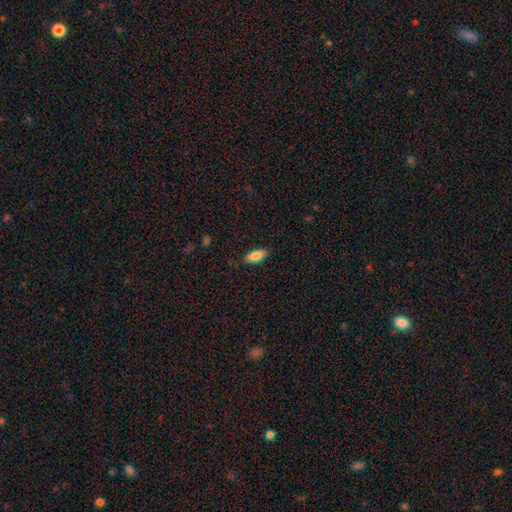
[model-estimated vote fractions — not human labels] smooth_or_featured: smooth (p=0.85) [alt: featured or disk p=0.09]
how_rounded: in between (p=0.81) [alt: cigar-shaped p=0.17]
merging: none (p=0.87) [alt: minor disturbance p=0.10]